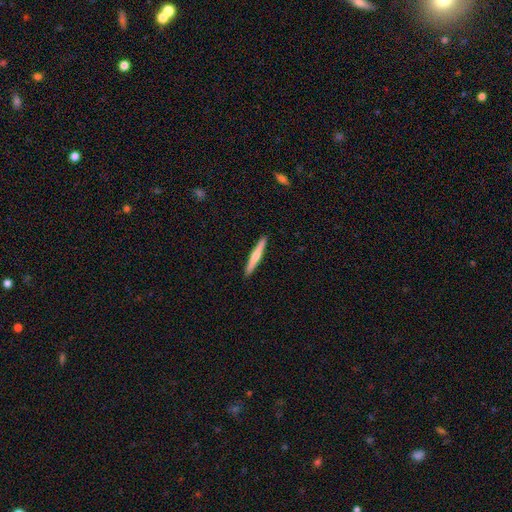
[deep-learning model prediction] Smooth or featured: smooth — 50% (featured or disk — 44%)
How rounded: cigar-shaped — 96% (in between — 3%)
Merging: none — 92% (minor disturbance — 5%)